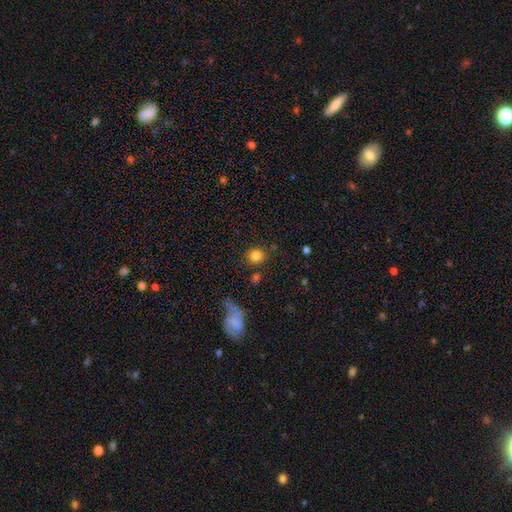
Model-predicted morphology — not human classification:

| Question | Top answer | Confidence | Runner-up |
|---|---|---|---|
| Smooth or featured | smooth | 81% | star or artifact (11%) |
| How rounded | round | 83% | in between (15%) |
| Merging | none | 76% | minor disturbance (12%) |